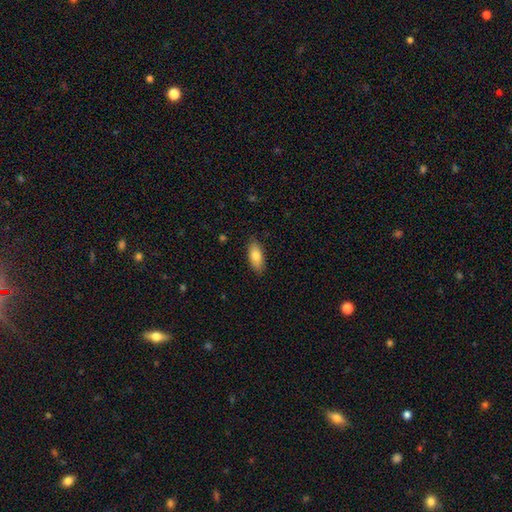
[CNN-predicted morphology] Overall: smooth (80%). How rounded: in between (83%). Merging: none (86%).